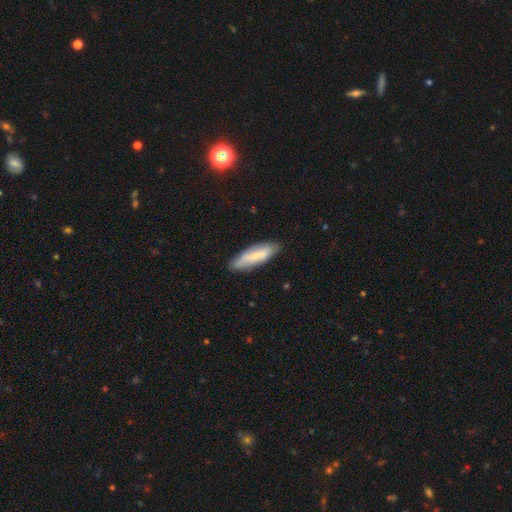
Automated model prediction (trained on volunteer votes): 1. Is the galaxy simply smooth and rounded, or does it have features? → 67% smooth, 27% featured or disk, 6% star or artifact.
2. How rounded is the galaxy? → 53% cigar-shaped, 45% in between, 2% round.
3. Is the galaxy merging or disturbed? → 81% none, 15% minor disturbance, 3% major disturbance, 1% merger.